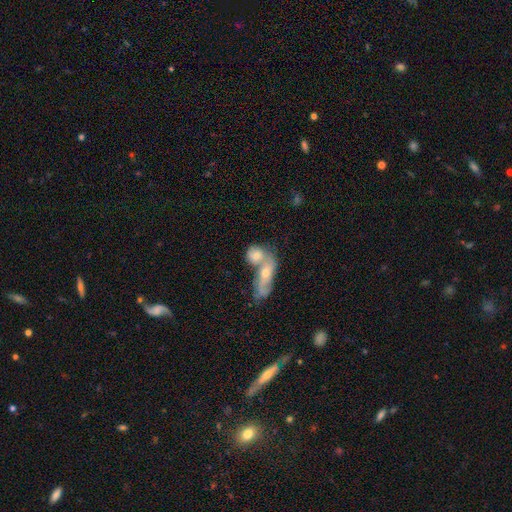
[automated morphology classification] smooth-or-featured: smooth: 58% | featured or disk: 34% | star or artifact: 9%
  how-rounded: in between: 55% | round: 36% | cigar-shaped: 9%
  merging: merger: 71% | none: 18% | minor disturbance: 7% | major disturbance: 5%